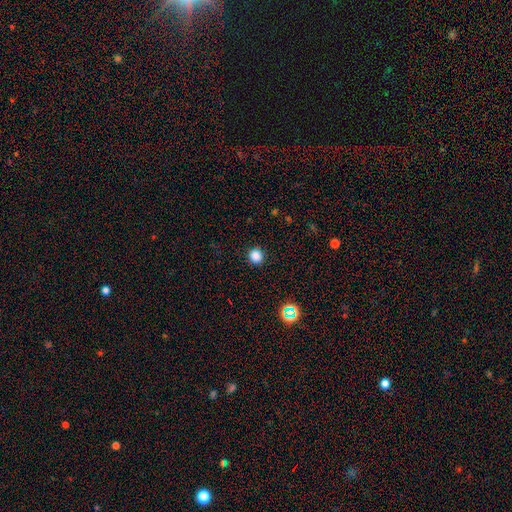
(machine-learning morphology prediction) Smooth or featured: smooth — 83% (star or artifact — 14%)
How rounded: round — 90% (in between — 9%)
Merging: none — 91% (minor disturbance — 6%)